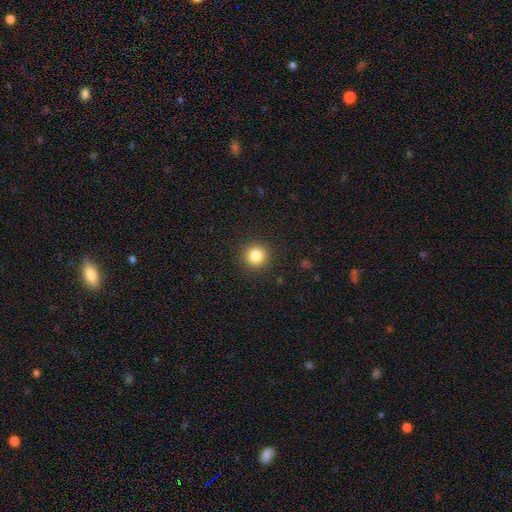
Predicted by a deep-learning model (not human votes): smooth-or-featured: smooth: 83% | star or artifact: 11% | featured or disk: 5%
  how-rounded: round: 94% | in between: 5% | cigar-shaped: 1%
  merging: none: 92% | minor disturbance: 5% | major disturbance: 2% | merger: 1%